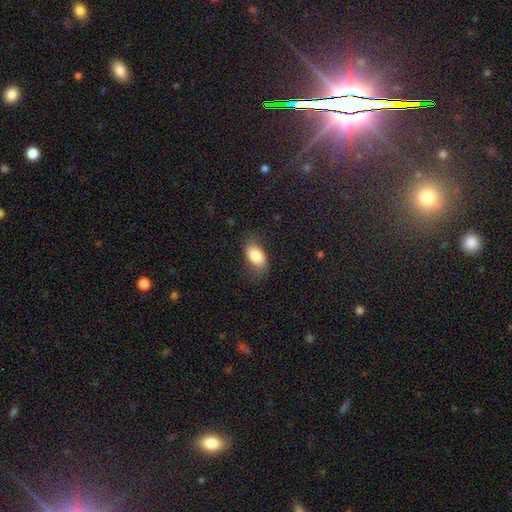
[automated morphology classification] This is likely a smooth galaxy (79%). How rounded: clearly in between (90%). Merging: likely none (67%).